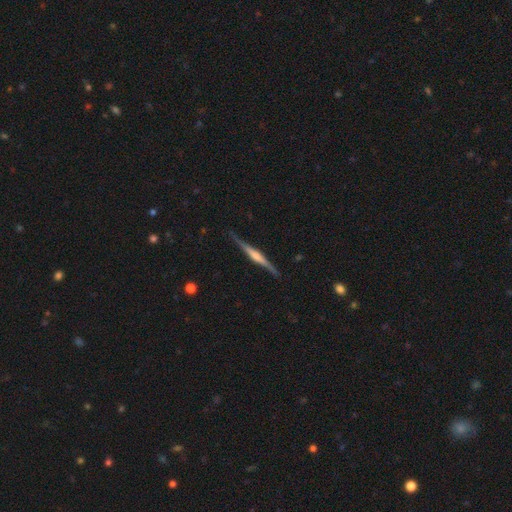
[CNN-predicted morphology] A featured or disk galaxy (77%) viewed edge-on (98%) with a rounded central bulge (54%).

Vote fractions:
- Smooth or featured? featured or disk: 77% / smooth: 18% / star or artifact: 5%
- Edge-on disk? yes: 98% / no: 2%
- Edge-on bulge? rounded: 54% / boxy: 31% / none: 15%
- Merging? none: 87% / minor disturbance: 10% / major disturbance: 2% / merger: 1%